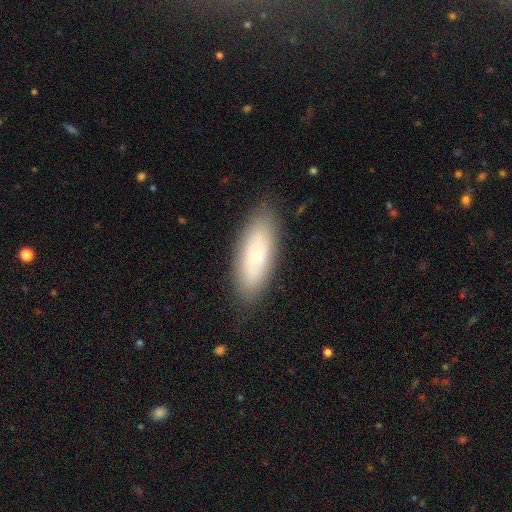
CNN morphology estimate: Q: Smooth or featured?
A: smooth (61%); runner-up: featured or disk (32%)
Q: How rounded?
A: in between (72%); runner-up: cigar-shaped (26%)
Q: Merging?
A: none (84%); runner-up: minor disturbance (12%)